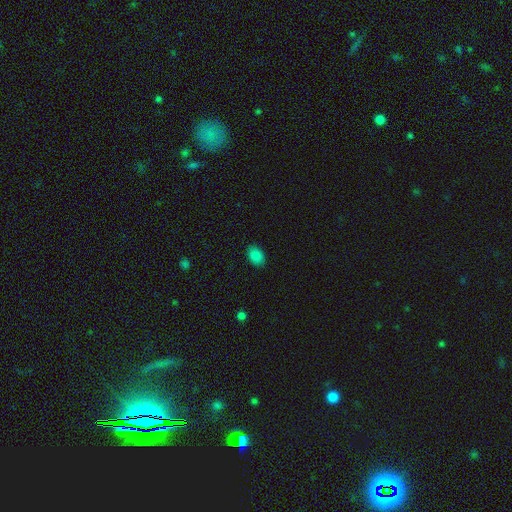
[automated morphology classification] smooth_or_featured: smooth (p=0.86) [alt: star or artifact p=0.10]
how_rounded: in between (p=0.81) [alt: round p=0.17]
merging: none (p=0.87) [alt: minor disturbance p=0.09]